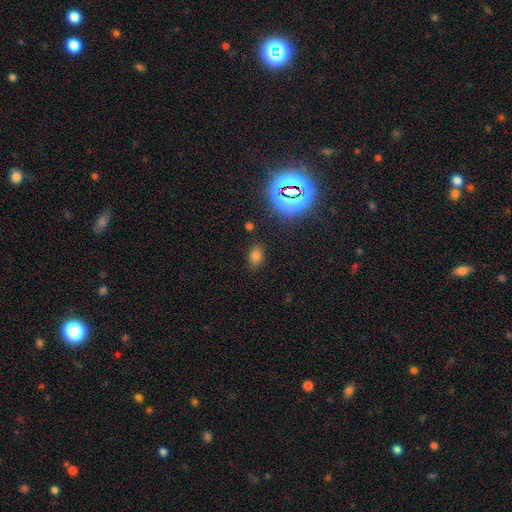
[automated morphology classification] type=smooth (69%); roundness=in between (76%); merging=none (82%).